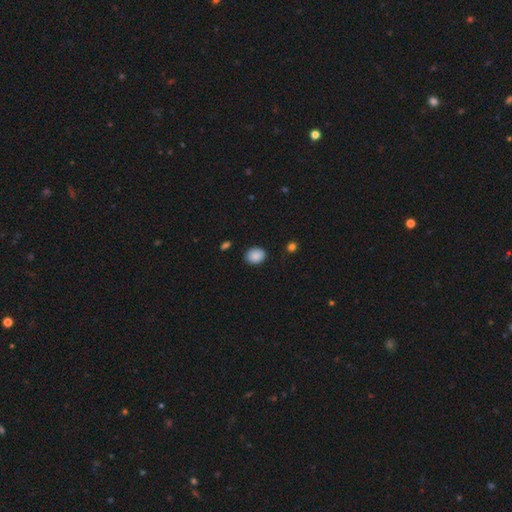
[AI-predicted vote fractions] smooth-or-featured: smooth: 88% | star or artifact: 8% | featured or disk: 4%
  how-rounded: in between: 53% | round: 46% | cigar-shaped: 1%
  merging: none: 86% | minor disturbance: 10% | major disturbance: 2% | merger: 1%